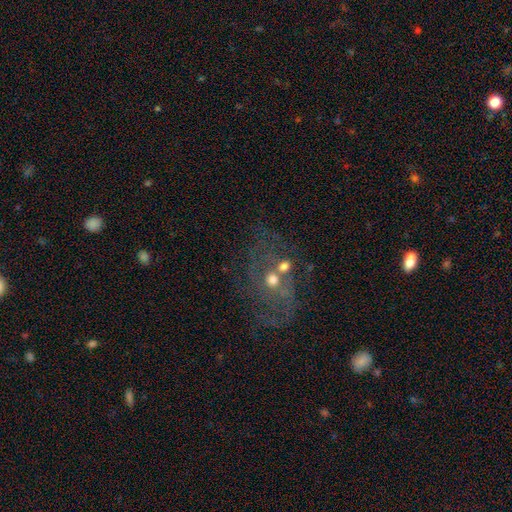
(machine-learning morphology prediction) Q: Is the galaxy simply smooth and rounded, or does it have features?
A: featured or disk — 46%.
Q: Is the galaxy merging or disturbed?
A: none — 60%.